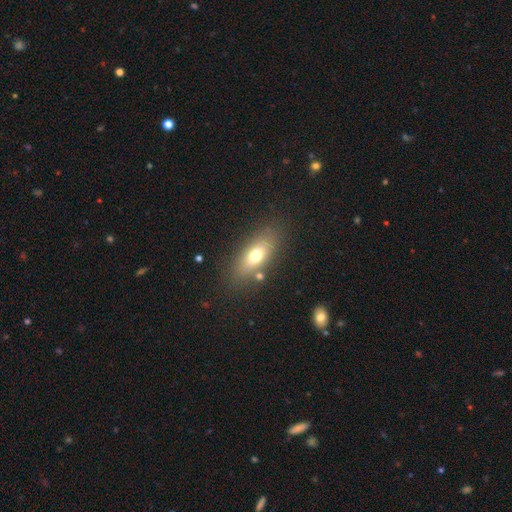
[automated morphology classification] Q: Smooth or featured?
A: smooth (67%); runner-up: featured or disk (23%)
Q: How rounded?
A: in between (77%); runner-up: cigar-shaped (17%)
Q: Merging?
A: none (80%); runner-up: minor disturbance (11%)